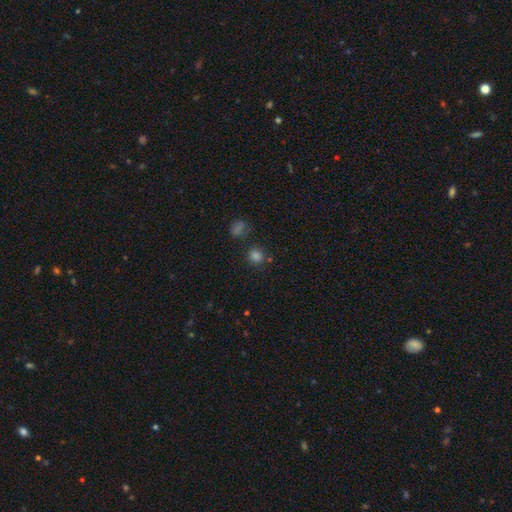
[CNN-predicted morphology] The model was most divided on "smooth or featured": smooth: 77%, star or artifact: 18%, featured or disk: 5%. More confident: how rounded — round (89%); merging — none (81%).